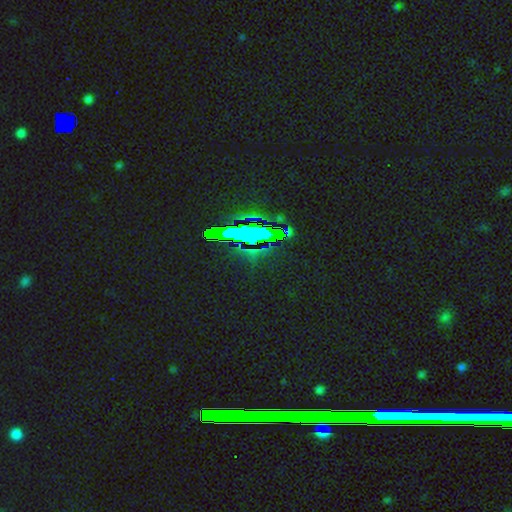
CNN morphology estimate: Smooth or featured? star or artifact (79%)